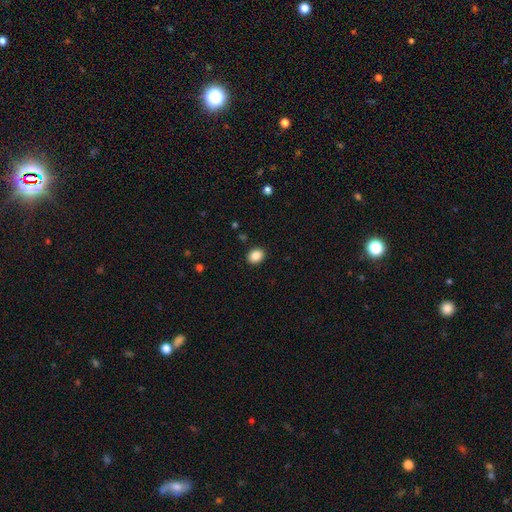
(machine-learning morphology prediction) Smooth or featured?
  - smooth: 87% *
  - star or artifact: 9%
  - featured or disk: 4%
How rounded?
  - in between: 51% *
  - round: 49%
  - cigar-shaped: 1%
Merging?
  - none: 91% *
  - minor disturbance: 6%
  - major disturbance: 2%
  - merger: 1%